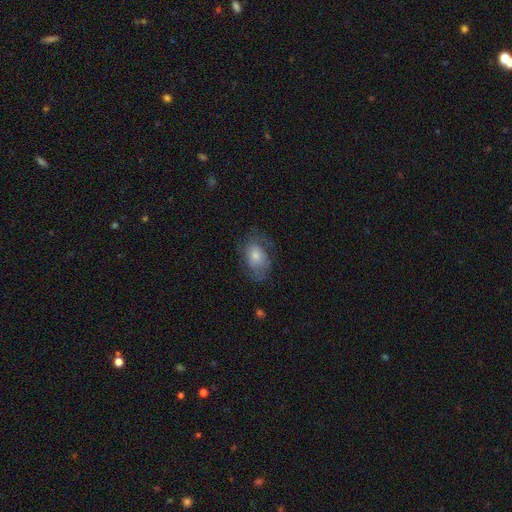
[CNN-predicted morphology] Q: Smooth or featured?
A: smooth (62%); runner-up: featured or disk (31%)
Q: How rounded?
A: in between (81%); runner-up: round (17%)
Q: Merging?
A: none (57%); runner-up: minor disturbance (25%)